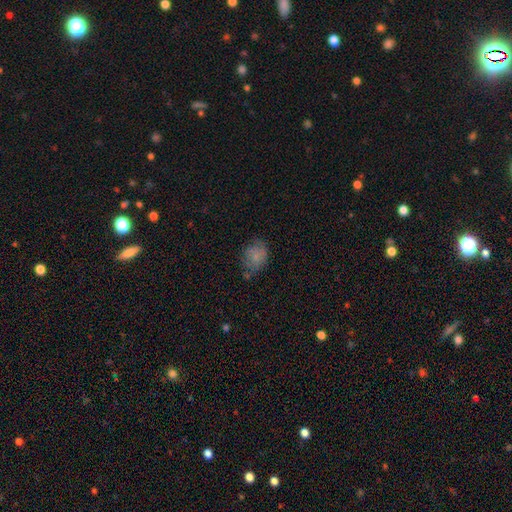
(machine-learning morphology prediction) Q: Smooth or featured?
A: smooth (75%); runner-up: featured or disk (15%)
Q: How rounded?
A: in between (58%); runner-up: round (41%)
Q: Merging?
A: none (56%); runner-up: minor disturbance (28%)